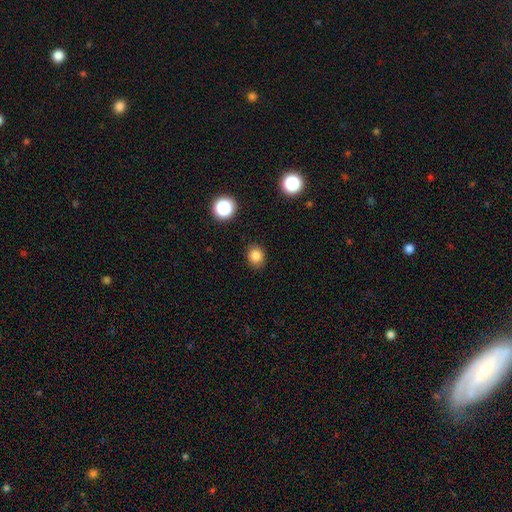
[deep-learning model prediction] A smooth galaxy with no disk features (83%) that is round (71%). Merging: none (88%).